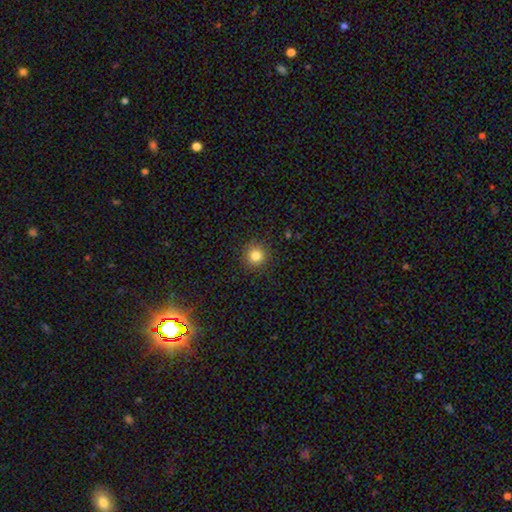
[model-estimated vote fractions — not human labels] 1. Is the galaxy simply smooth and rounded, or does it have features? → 83% smooth, 12% star or artifact, 5% featured or disk.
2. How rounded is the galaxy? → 94% round, 5% in between, 1% cigar-shaped.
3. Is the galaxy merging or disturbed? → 91% none, 6% minor disturbance, 2% major disturbance, 1% merger.